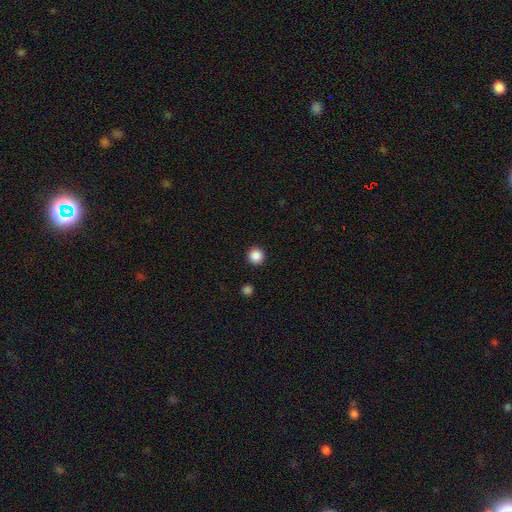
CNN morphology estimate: This appears to be a smooth galaxy with no disk features (87%) that is round (96%). Merging: none (93%).